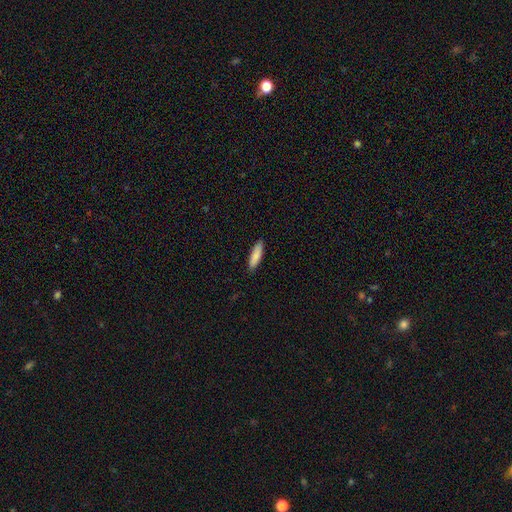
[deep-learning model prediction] smooth_or_featured: smooth (p=0.86) [alt: featured or disk p=0.08]
how_rounded: cigar-shaped (p=0.65) [alt: in between p=0.34]
merging: none (p=0.88) [alt: minor disturbance p=0.09]